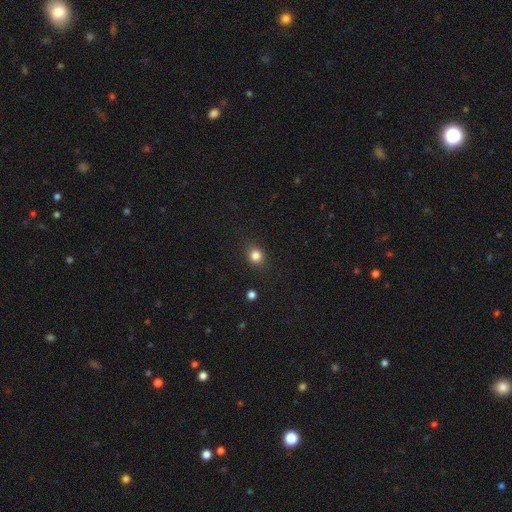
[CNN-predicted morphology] A smooth galaxy with no disk features (83%) that is round (77%). Merging: none (88%).